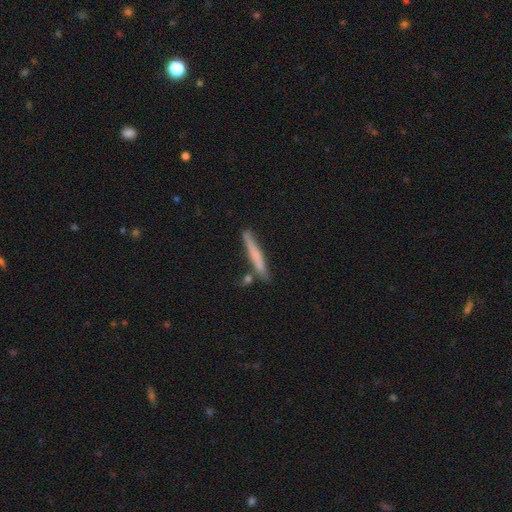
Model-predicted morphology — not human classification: Smooth or featured: smooth — 62% (featured or disk — 31%)
How rounded: cigar-shaped — 96% (in between — 3%)
Merging: none — 78% (minor disturbance — 13%)